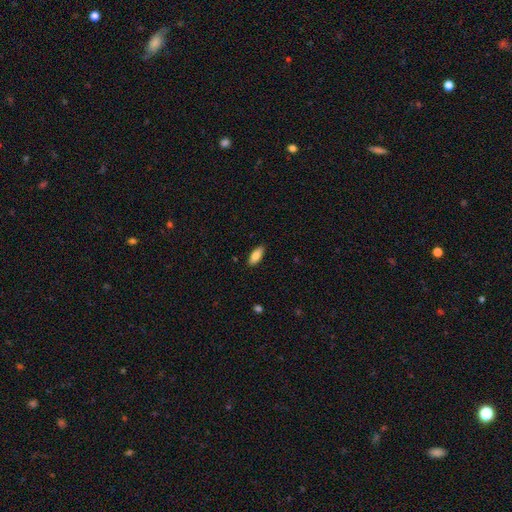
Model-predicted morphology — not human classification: Smooth or featured? Predicted: smooth (p=0.83). How rounded? Predicted: in between (p=0.84). Merging? Predicted: none (p=0.88).